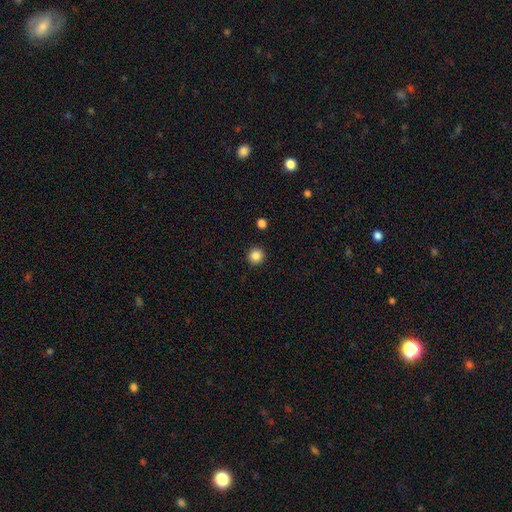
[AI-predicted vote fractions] Smooth or featured? smooth (85%)
How rounded? round (94%)
Merging? none (92%)